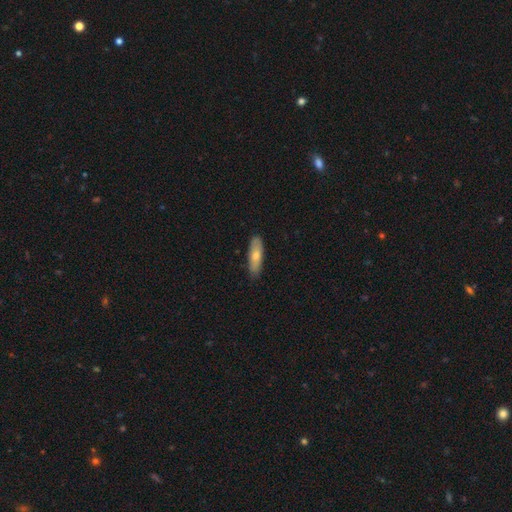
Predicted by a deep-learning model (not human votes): A smooth galaxy with no disk features (70%) that is cigar-shaped (51%).

Vote fractions:
- Smooth or featured? smooth: 70% / featured or disk: 24% / star or artifact: 6%
- How rounded? cigar-shaped: 51% / in between: 47% / round: 2%
- Merging? none: 85% / minor disturbance: 12% / major disturbance: 2% / merger: 1%